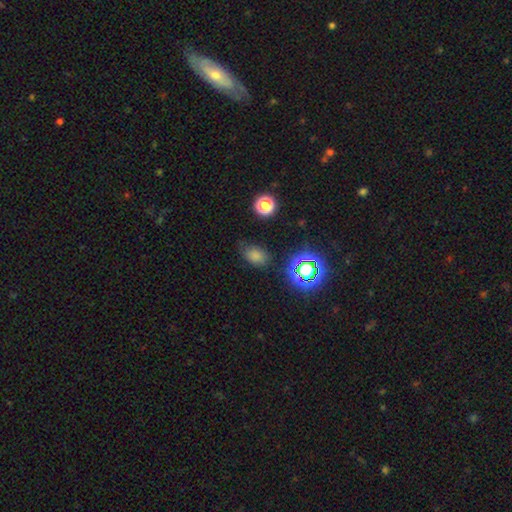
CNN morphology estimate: Smooth or featured: smooth — 71% (star or artifact — 21%)
How rounded: in between — 77% (round — 22%)
Merging: none — 71% (minor disturbance — 20%)